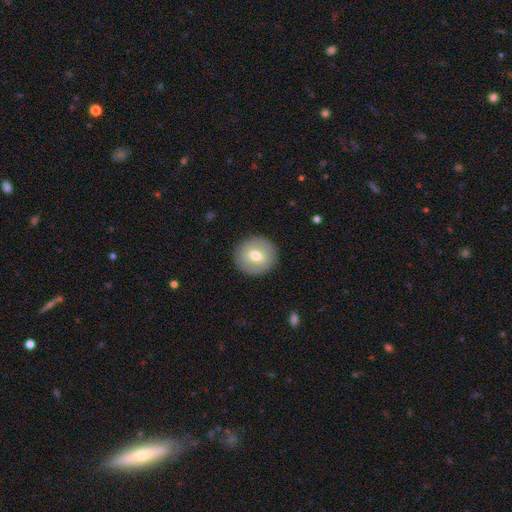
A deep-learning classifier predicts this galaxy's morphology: This is likely a smooth galaxy (69%). How rounded: clearly round (91%). Merging: clearly none (89%).